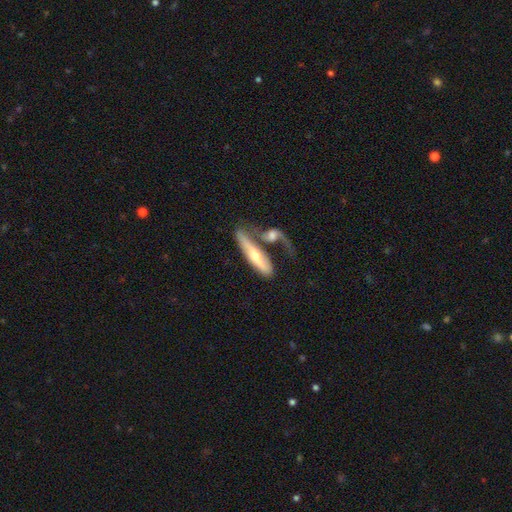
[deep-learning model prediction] This appears to be a featured or disk galaxy (57%) viewed edge-on (70%). Merging: merger (43%).